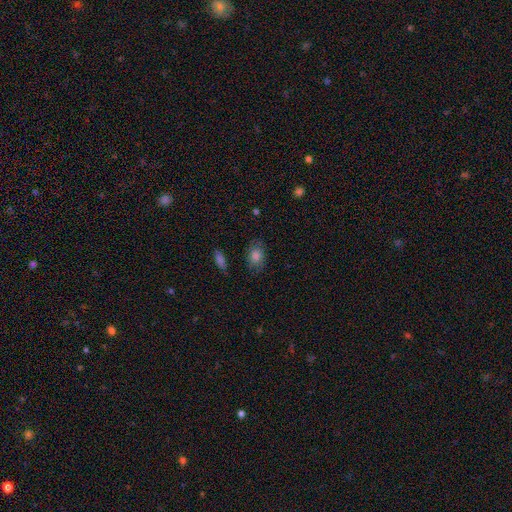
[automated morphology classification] This appears to be a smooth galaxy with no disk features (81%) that is in between round and cigar-shaped (76%). Merging: none (80%).